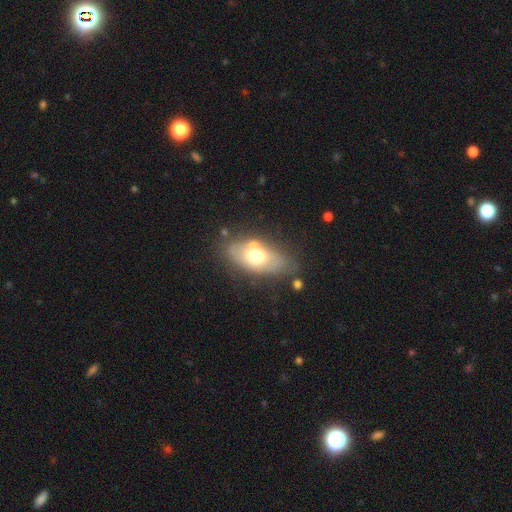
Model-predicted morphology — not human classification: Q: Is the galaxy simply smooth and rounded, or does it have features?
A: smooth — 56%.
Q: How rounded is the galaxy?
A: in between — 88%.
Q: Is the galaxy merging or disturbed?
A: none — 65%.